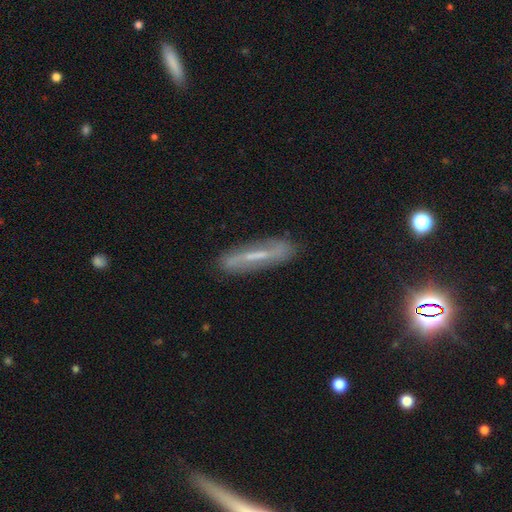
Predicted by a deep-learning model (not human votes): Smooth or featured? Predicted: featured or disk (p=0.56). Edge-on disk? Predicted: yes (p=0.52). Merging? Predicted: none (p=0.79).